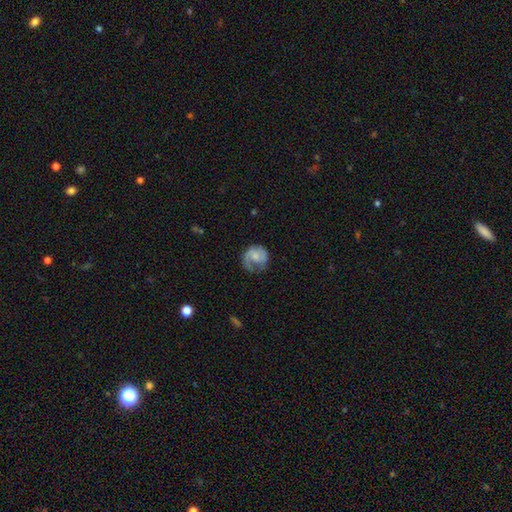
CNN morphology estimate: Overall: featured or disk (54%; smooth 39%). Edge-on disk: no (97%). Bar: no (66%; weak 29%). Spiral arms: yes (83%). Bulge size: small (41%; moderate 40%). Merging: none (51%; minor disturbance 26%).